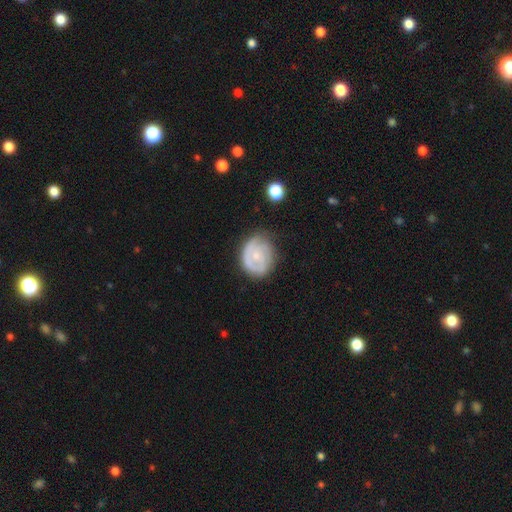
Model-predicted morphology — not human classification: type=featured or disk (68%); edge-on=no (97%); bar=no (73%); spiral arms=yes (80%); winding=tight (62%); arm count=2 (34%); bulge=small (69%); merging=none (60%).